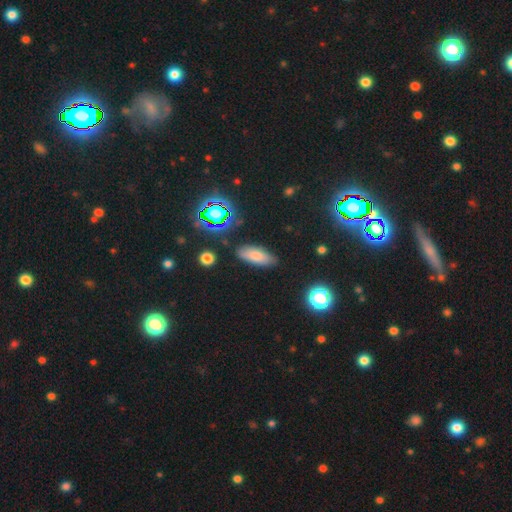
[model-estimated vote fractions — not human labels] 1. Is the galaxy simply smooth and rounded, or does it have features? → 75% smooth, 13% featured or disk, 12% star or artifact.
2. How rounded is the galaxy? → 76% in between, 21% cigar-shaped, 3% round.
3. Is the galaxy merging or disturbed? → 81% none, 13% minor disturbance, 3% major disturbance, 2% merger.